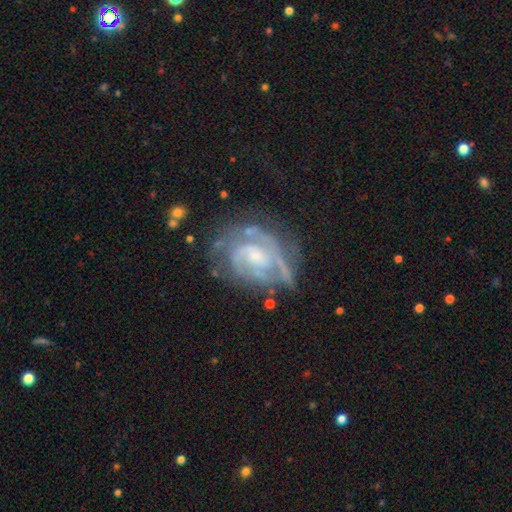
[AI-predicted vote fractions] Smooth or featured? featured or disk (84%)
Edge-on disk? no (97%)
Bar? no (51%)
Spiral arms? yes (90%)
Spiral winding? tight (52%)
Spiral arm count? 2 (40%)
Bulge size? small (52%)
Merging? none (57%)